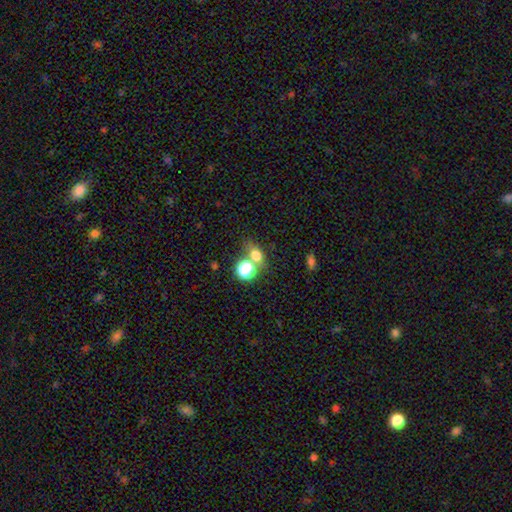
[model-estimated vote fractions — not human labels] Overall: smooth (68%). How rounded: round (58%; in between 39%). Merging: none (54%; merger 31%).